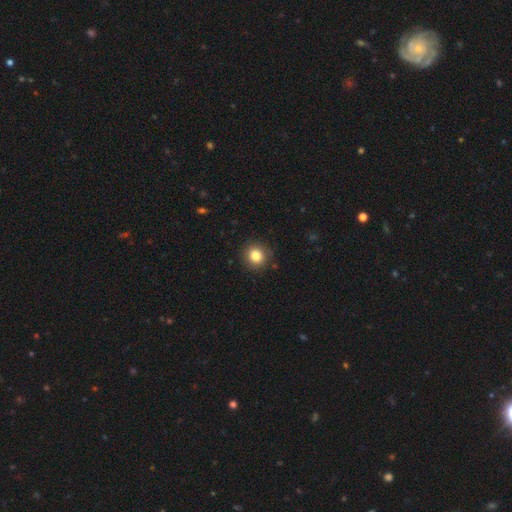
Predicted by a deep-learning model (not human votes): smooth-or-featured: smooth: 83% | star or artifact: 11% | featured or disk: 6%
  how-rounded: round: 91% | in between: 8% | cigar-shaped: 1%
  merging: none: 90% | minor disturbance: 7% | major disturbance: 2% | merger: 1%